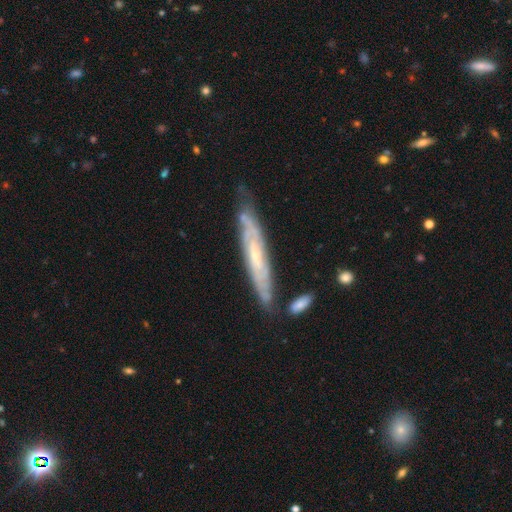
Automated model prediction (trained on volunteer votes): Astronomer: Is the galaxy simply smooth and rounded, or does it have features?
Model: featured or disk — 73%.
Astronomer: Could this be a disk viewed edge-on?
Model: yes — 52% (runner-up: no, 48%).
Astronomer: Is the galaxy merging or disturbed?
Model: none — 67%.